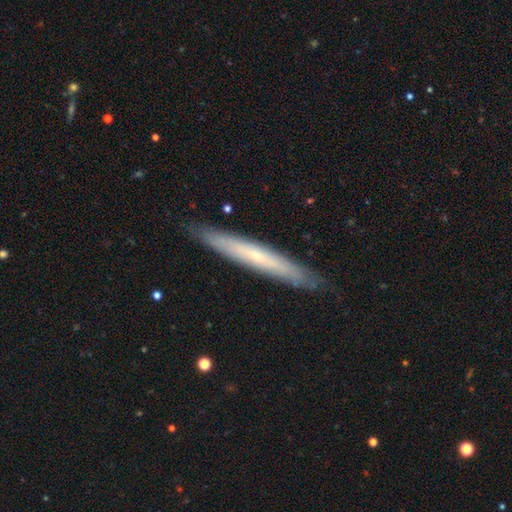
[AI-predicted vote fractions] Smooth or featured? Predicted: featured or disk (p=0.54). Edge-on disk? Predicted: yes (p=0.85). Merging? Predicted: none (p=0.88).